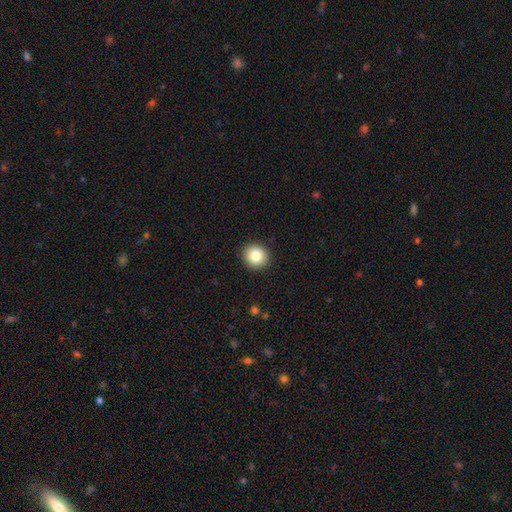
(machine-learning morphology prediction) This is clearly a smooth galaxy (83%). How rounded: clearly round (86%). Merging: clearly none (92%).